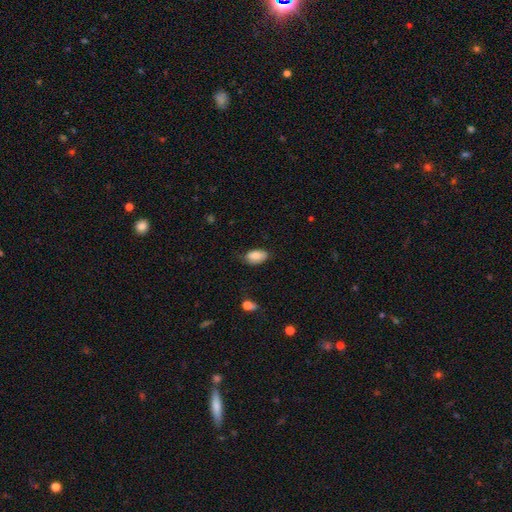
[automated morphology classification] This appears to be a smooth galaxy with no disk features (82%) that is in between round and cigar-shaped (94%). Merging: none (65%).